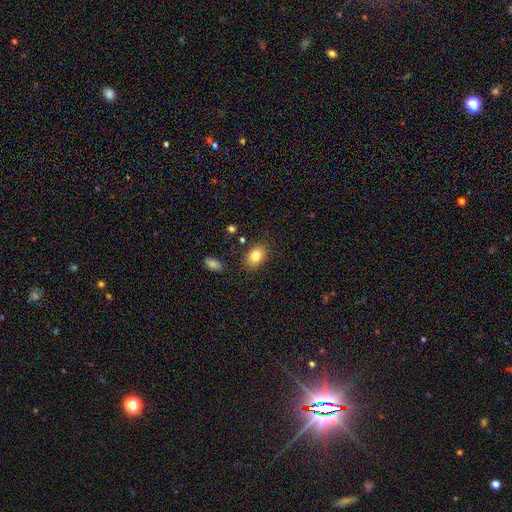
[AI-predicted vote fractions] Smooth or featured? Predicted: smooth (p=0.82). How rounded? Predicted: in between (p=0.76). Merging? Predicted: none (p=0.83).